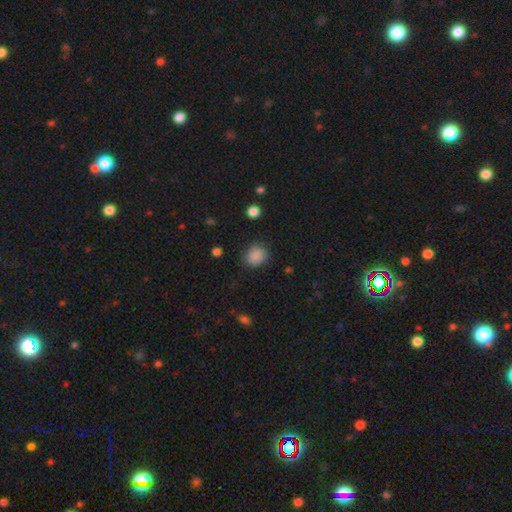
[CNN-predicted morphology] This is clearly a smooth galaxy (85%). How rounded: likely round (63%). Merging: likely none (74%).